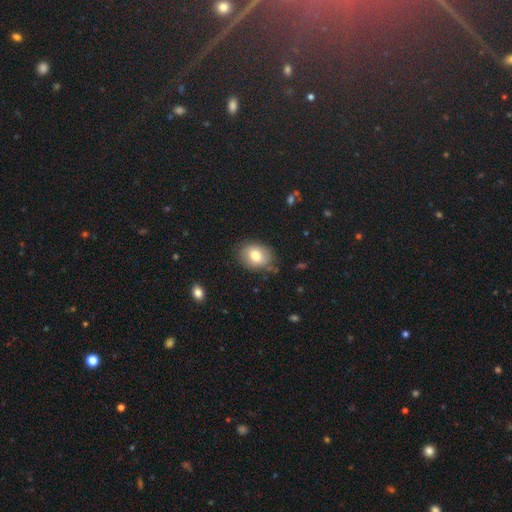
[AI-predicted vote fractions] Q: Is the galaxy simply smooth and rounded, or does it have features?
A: smooth — 79%.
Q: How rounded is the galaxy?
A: in between — 57%.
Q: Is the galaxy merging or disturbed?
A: none — 81%.